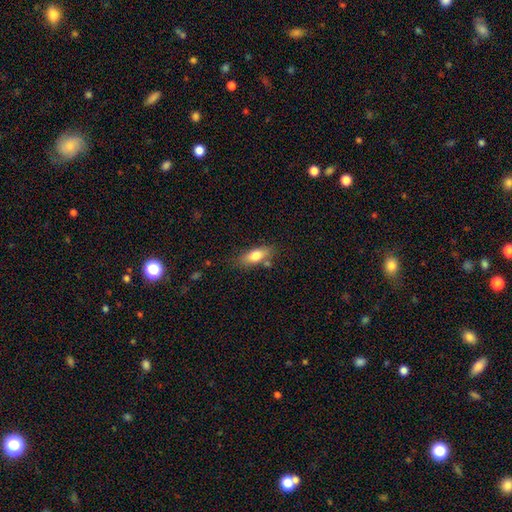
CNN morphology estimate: Smooth or featured?
  - smooth: 74% *
  - featured or disk: 19%
  - star or artifact: 7%
How rounded?
  - in between: 72% *
  - cigar-shaped: 24%
  - round: 4%
Merging?
  - none: 70% *
  - minor disturbance: 18%
  - merger: 7%
  - major disturbance: 5%